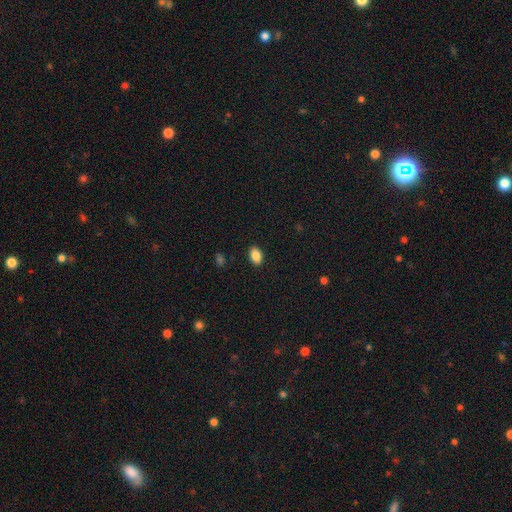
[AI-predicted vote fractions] A smooth galaxy with no disk features (87%) that is in between round and cigar-shaped (88%). Merging: none (89%).